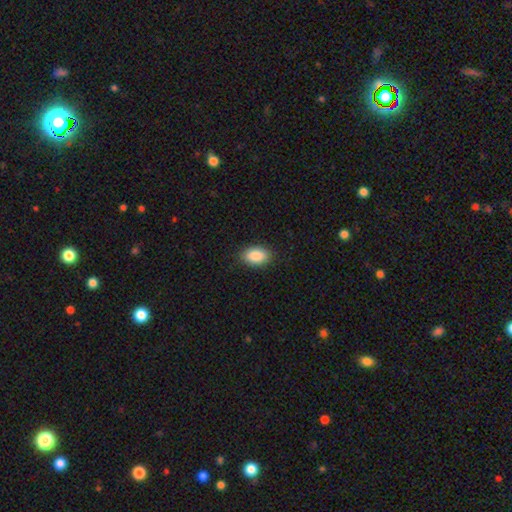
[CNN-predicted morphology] Smooth or featured? Predicted: smooth (p=0.88). How rounded? Predicted: in between (p=0.90). Merging? Predicted: none (p=0.88).